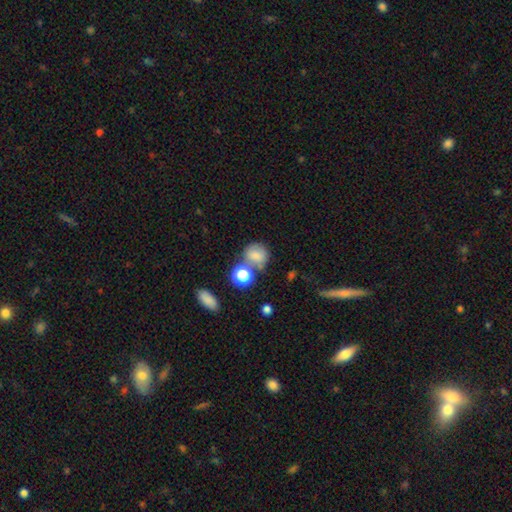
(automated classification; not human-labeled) Smooth or featured: smooth — 74% (star or artifact — 14%)
How rounded: round — 76% (in between — 23%)
Merging: none — 56% (merger — 22%)